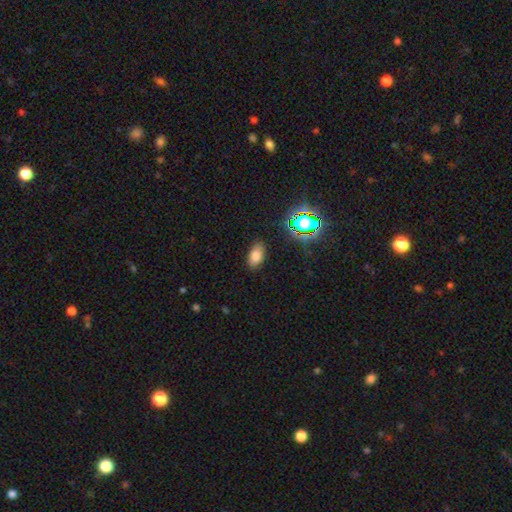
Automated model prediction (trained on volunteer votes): A smooth galaxy with no disk features (77%) that is in between round and cigar-shaped (91%). Merging: none (84%).